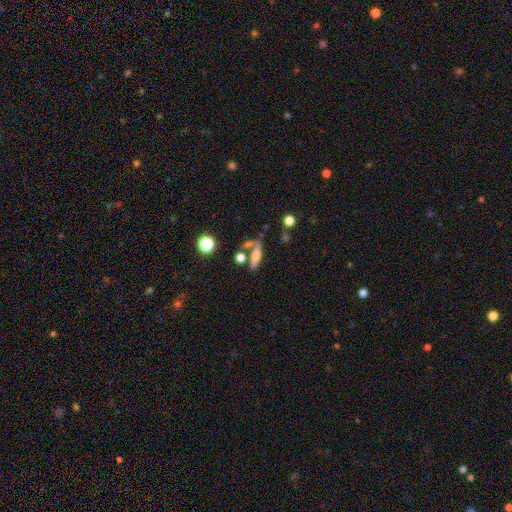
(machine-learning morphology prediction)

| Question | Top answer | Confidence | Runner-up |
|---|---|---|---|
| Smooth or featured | smooth | 58% | featured or disk (32%) |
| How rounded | cigar-shaped | 52% | in between (42%) |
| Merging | none | 55% | merger (23%) |